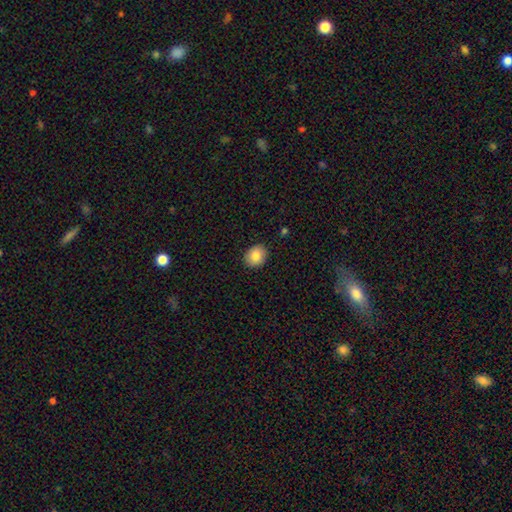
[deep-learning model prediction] Smooth or featured? smooth (85%)
How rounded? round (51%)
Merging? none (90%)